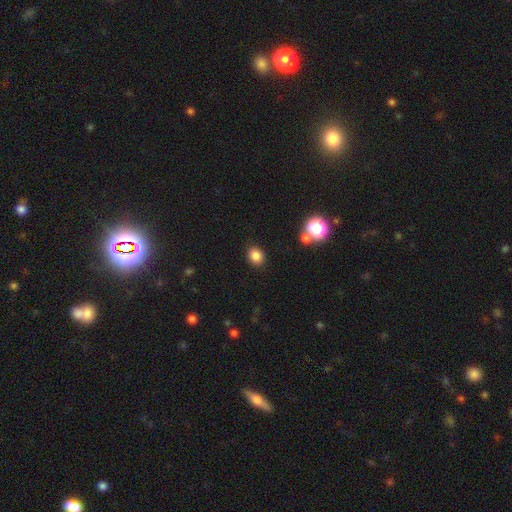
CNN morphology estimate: The model was most divided on "how rounded": round: 51%, in between: 48%, cigar-shaped: 1%. More confident: merging — none (86%); smooth or featured — smooth (84%).